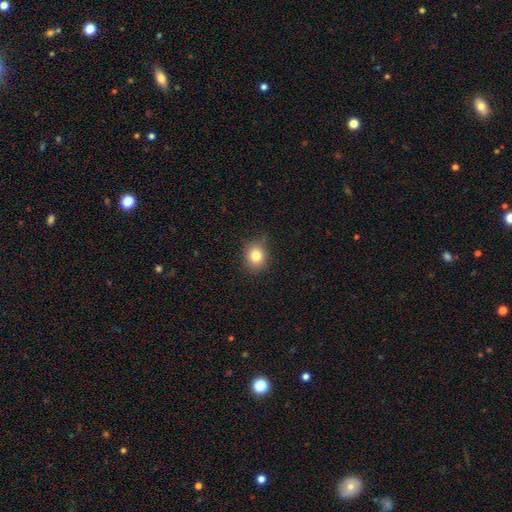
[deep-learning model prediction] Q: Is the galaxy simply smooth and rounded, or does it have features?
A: smooth — 80%.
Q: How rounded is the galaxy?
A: round — 71%.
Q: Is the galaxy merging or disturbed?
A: none — 79%.